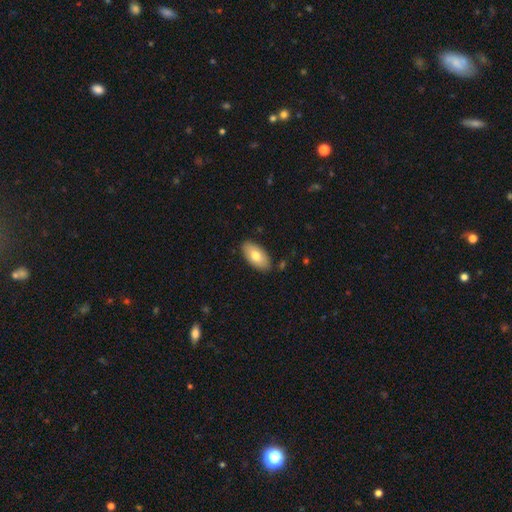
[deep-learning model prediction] Smooth or featured: smooth — 74% (featured or disk — 20%)
How rounded: in between — 94% (cigar-shaped — 3%)
Merging: none — 85% (minor disturbance — 11%)